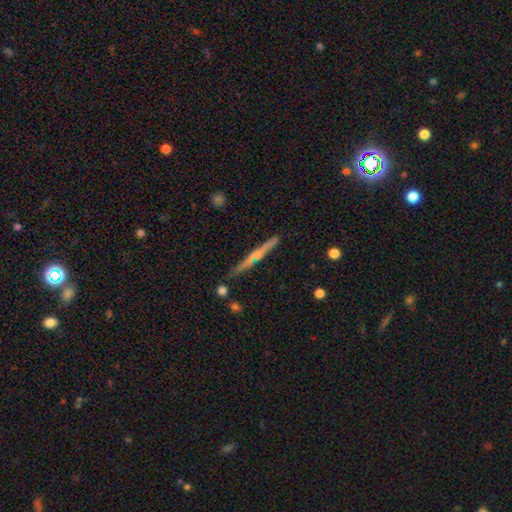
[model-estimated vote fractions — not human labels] Smooth or featured? featured or disk (68%)
Edge-on disk? yes (98%)
Edge-on bulge? rounded (67%)
Merging? none (88%)